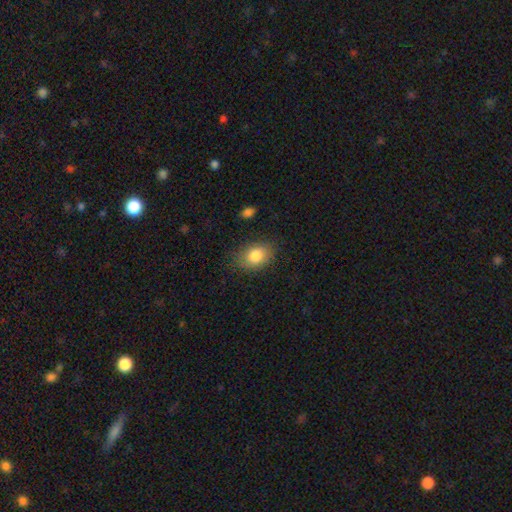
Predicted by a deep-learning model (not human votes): Morphology: type=smooth (83%); roundness=in between (73%); merging=none (79%).